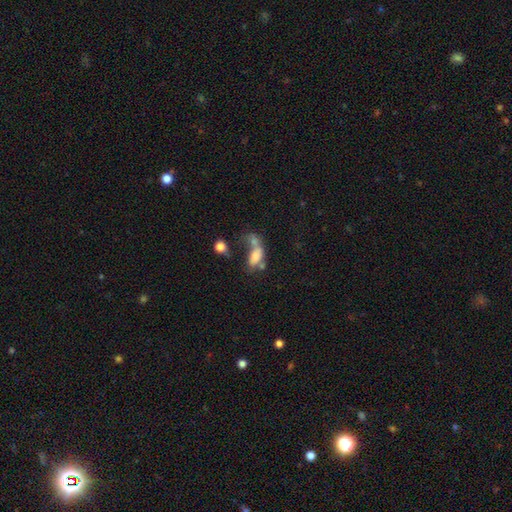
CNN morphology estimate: smooth_or_featured: smooth (p=0.63) [alt: featured or disk p=0.25]
how_rounded: in between (p=0.84) [alt: round p=0.10]
merging: merger (p=0.54) [alt: major disturbance p=0.21]